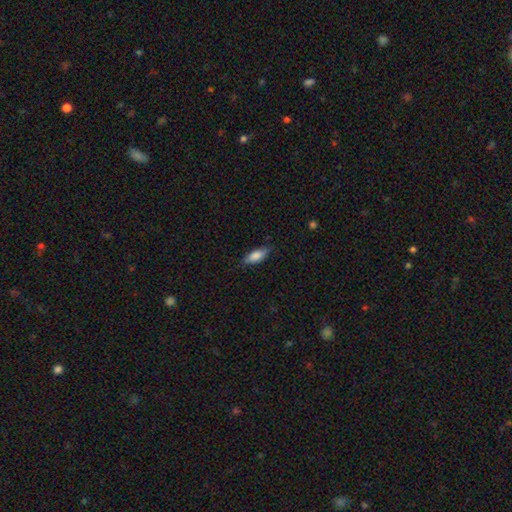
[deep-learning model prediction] Overall: smooth (81%). How rounded: in between (73%). Merging: none (78%).